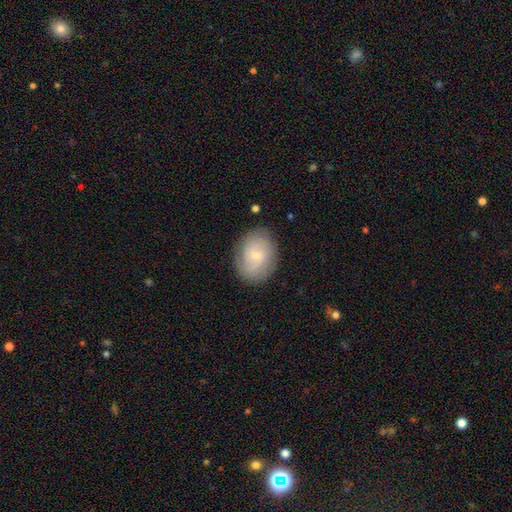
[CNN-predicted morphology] Smooth or featured? Predicted: featured or disk (p=0.48). Merging? Predicted: none (p=0.82).